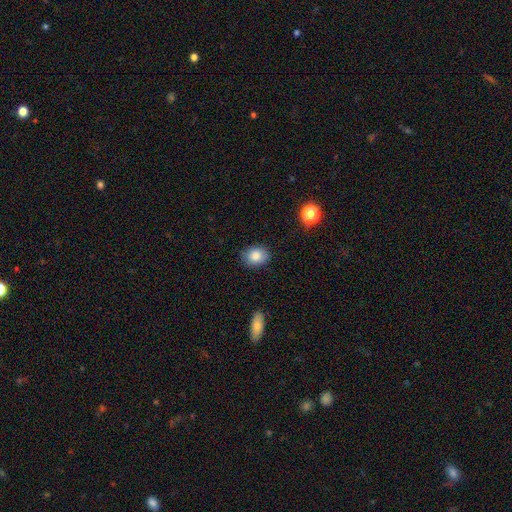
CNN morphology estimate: This appears to be a smooth galaxy with no disk features (83%) that is in between round and cigar-shaped (60%). Merging: none (83%).